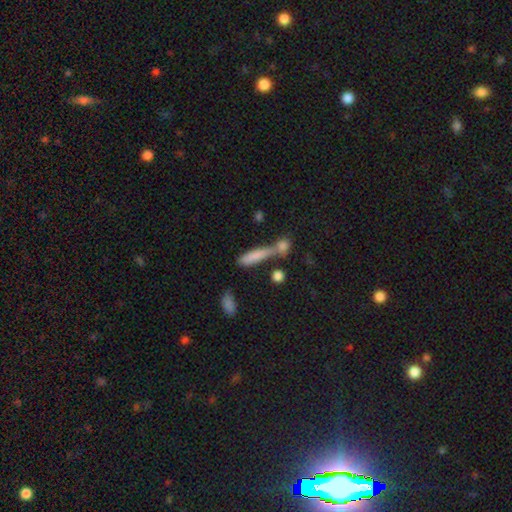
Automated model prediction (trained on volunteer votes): Q: Smooth or featured?
A: smooth (74%); runner-up: featured or disk (17%)
Q: How rounded?
A: cigar-shaped (77%); runner-up: in between (20%)
Q: Merging?
A: none (44%); runner-up: merger (32%)